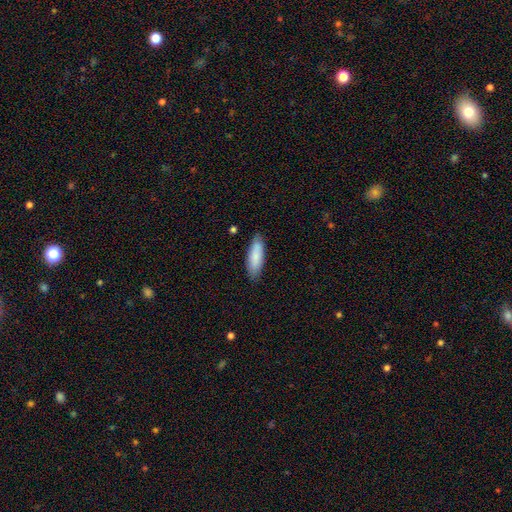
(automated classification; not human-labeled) Q: Smooth or featured?
A: smooth (85%); runner-up: featured or disk (10%)
Q: How rounded?
A: in between (61%); runner-up: cigar-shaped (37%)
Q: Merging?
A: none (84%); runner-up: minor disturbance (13%)